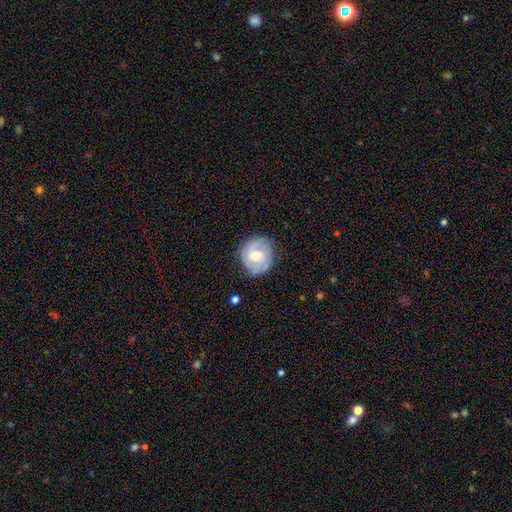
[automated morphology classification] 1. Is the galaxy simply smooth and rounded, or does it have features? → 59% featured or disk, 35% smooth, 6% star or artifact.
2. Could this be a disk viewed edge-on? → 97% no, 3% yes.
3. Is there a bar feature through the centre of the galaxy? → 54% no, 39% weak, 7% strong.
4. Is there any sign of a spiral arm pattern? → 82% yes, 18% no.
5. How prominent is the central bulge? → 60% moderate, 35% small, 3% large, 1% none, 1% dominant.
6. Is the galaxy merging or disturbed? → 77% none, 17% minor disturbance, 5% major disturbance, 1% merger.